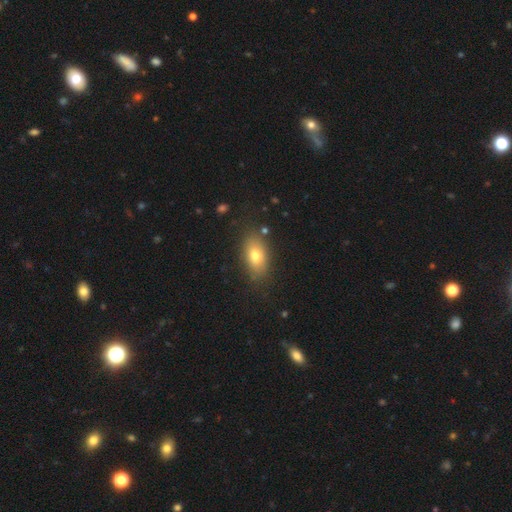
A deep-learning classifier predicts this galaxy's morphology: The model was most divided on "smooth or featured": smooth: 74%, featured or disk: 17%, star or artifact: 9%. More confident: how rounded — in between (87%); merging — none (81%).